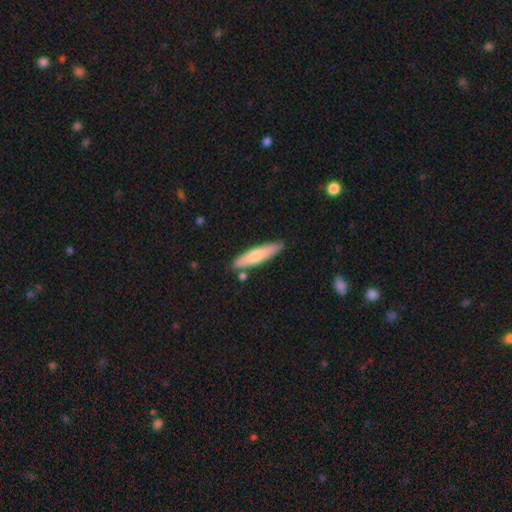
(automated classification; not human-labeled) The model was most divided on "smooth or featured": smooth: 63%, featured or disk: 31%, star or artifact: 6%. More confident: merging — none (85%); how rounded — cigar-shaped (82%).